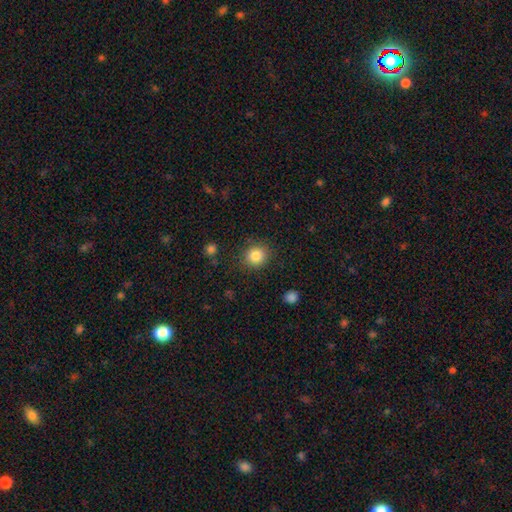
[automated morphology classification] type=smooth (85%); roundness=round (86%); merging=none (87%).